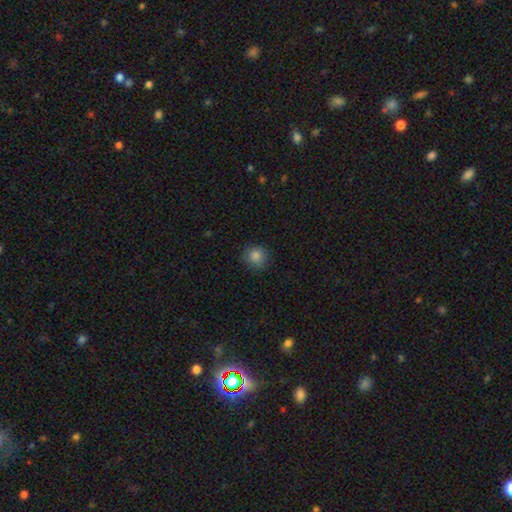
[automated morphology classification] This appears to be a smooth galaxy with no disk features (84%) that is round (90%). Merging: none (85%).